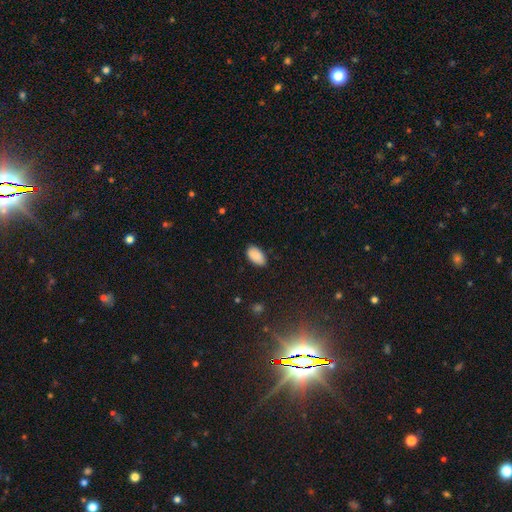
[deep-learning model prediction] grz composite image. It shows a smooth galaxy with no disk features (89%) that is in between round and cigar-shaped (95%). Merging: none (84%).